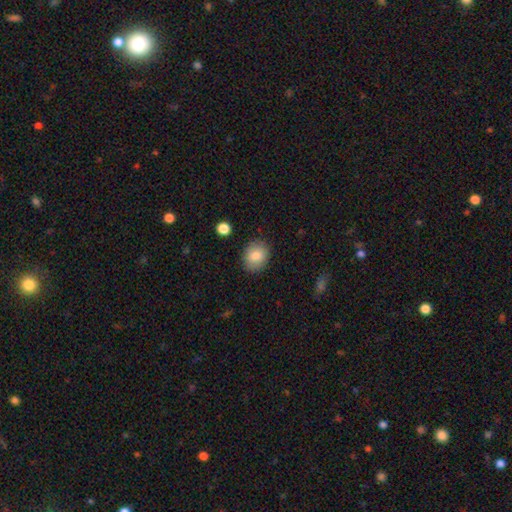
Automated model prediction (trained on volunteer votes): The model was most divided on "how rounded": round: 51%, in between: 48%, cigar-shaped: 1%. More confident: merging — none (86%); smooth or featured — smooth (83%).